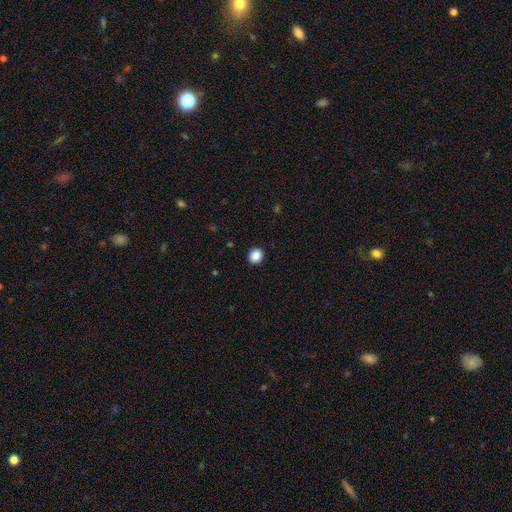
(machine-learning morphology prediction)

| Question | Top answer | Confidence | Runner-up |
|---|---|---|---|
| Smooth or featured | smooth | 88% | star or artifact (9%) |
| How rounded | round | 82% | in between (17%) |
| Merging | none | 92% | minor disturbance (5%) |